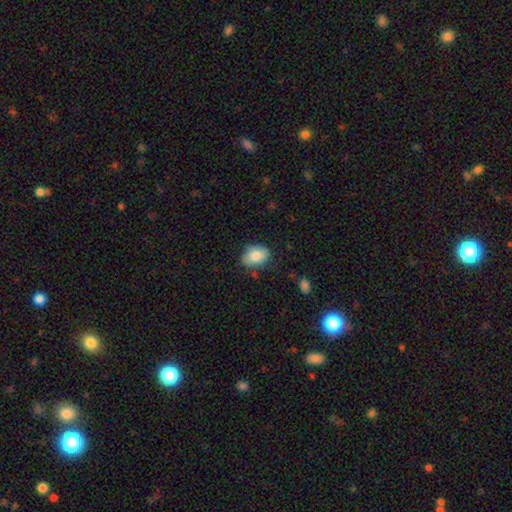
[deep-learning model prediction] Smooth or featured? smooth (82%)
How rounded? in between (79%)
Merging? none (75%)